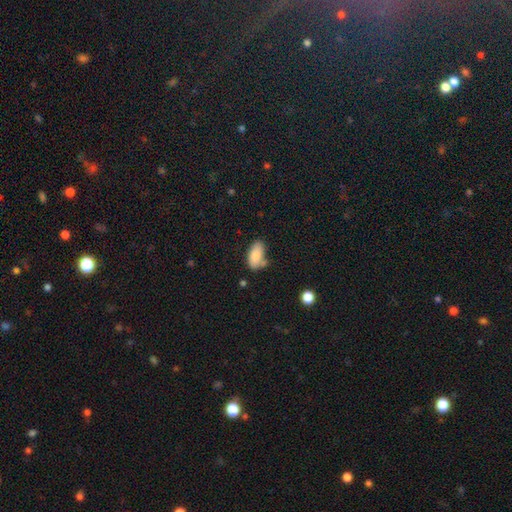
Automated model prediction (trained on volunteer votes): smooth-or-featured: smooth: 82% | featured or disk: 10% | star or artifact: 7%
  how-rounded: in between: 92% | cigar-shaped: 5% | round: 3%
  merging: none: 60% | minor disturbance: 22% | merger: 13% | major disturbance: 5%